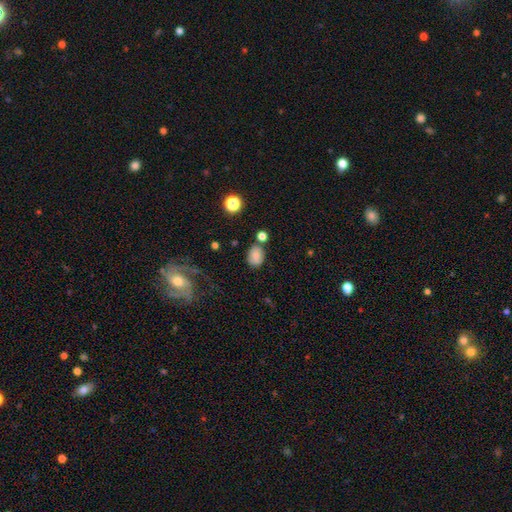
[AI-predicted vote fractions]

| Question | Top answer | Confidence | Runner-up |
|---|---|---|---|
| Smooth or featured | smooth | 76% | star or artifact (12%) |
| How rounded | in between | 65% | round (34%) |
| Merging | none | 69% | minor disturbance (16%) |